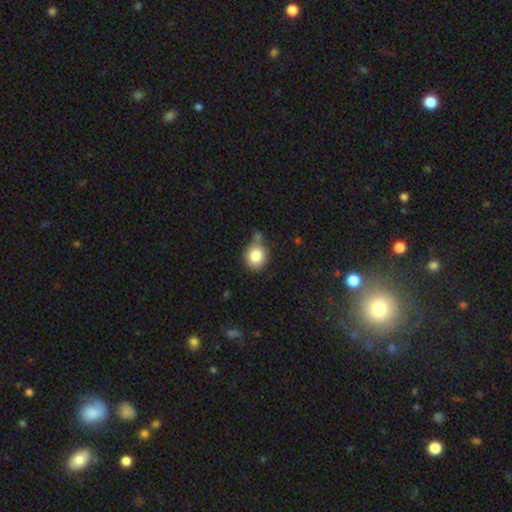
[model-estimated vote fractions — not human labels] smooth_or_featured: smooth (p=0.82) [alt: star or artifact p=0.09]
how_rounded: round (p=0.75) [alt: in between p=0.24]
merging: none (p=0.54) [alt: minor disturbance p=0.24]